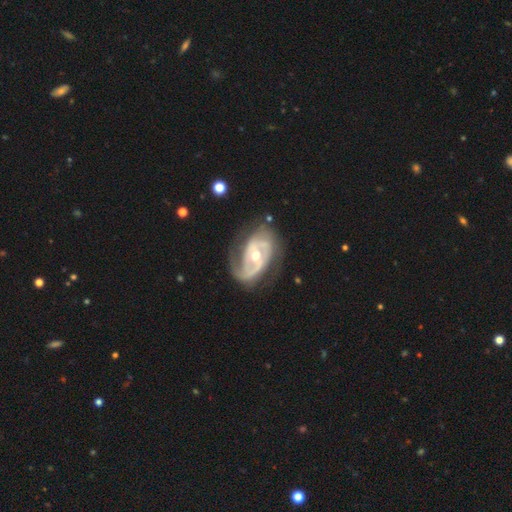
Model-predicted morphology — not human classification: This is clearly a featured or disk galaxy (88%). It is clearly not viewed edge-on (97%). Bar: marginally no (40%). Spiral arm pattern: clearly yes (94%). Spiral arm count: likely 2 (61%). Spiral winding: marginally tight (42%). Central bulge: likely moderate (66%). Merging: likely none (61%).